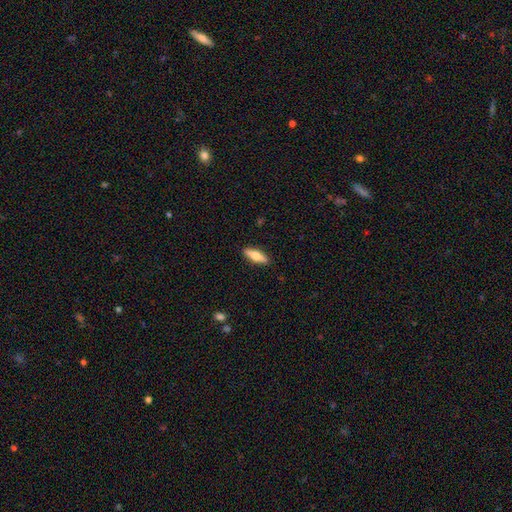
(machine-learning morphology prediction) Smooth or featured? smooth (63%)
How rounded? cigar-shaped (53%)
Merging? none (90%)